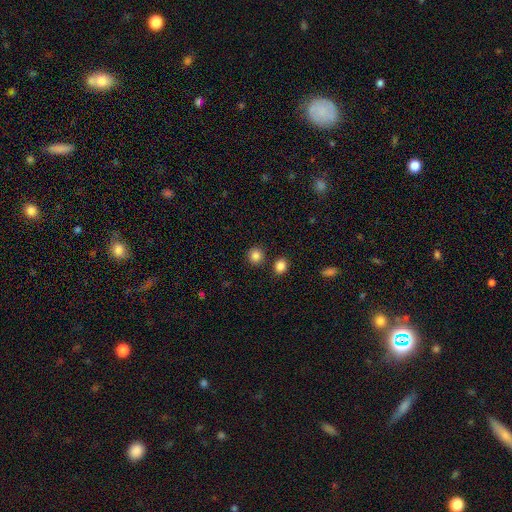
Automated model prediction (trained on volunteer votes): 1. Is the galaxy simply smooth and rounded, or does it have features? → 84% smooth, 11% star or artifact, 5% featured or disk.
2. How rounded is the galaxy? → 90% round, 9% in between, 1% cigar-shaped.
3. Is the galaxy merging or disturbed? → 85% none, 7% merger, 6% minor disturbance, 2% major disturbance.